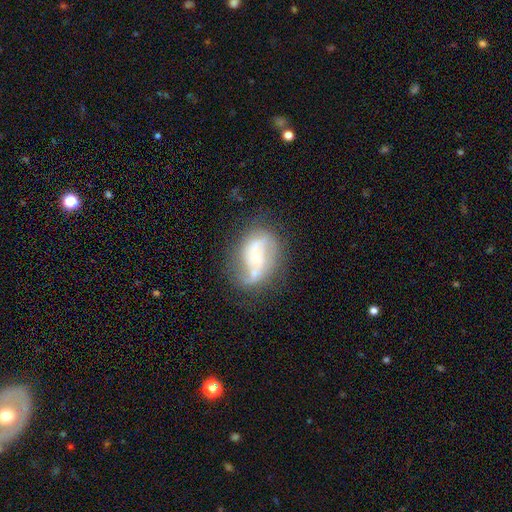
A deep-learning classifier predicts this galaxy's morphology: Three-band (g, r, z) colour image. It shows a featured or disk galaxy (78%) with no bar (45%), 2 (79%) loose (47%) spiral arms (88%) and a small central bulge (57%). Merging: none (57%).